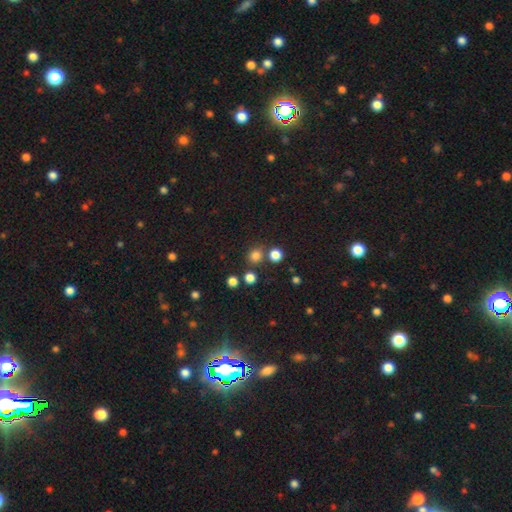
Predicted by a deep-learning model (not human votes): smooth_or_featured: smooth (p=0.78) [alt: star or artifact p=0.17]
how_rounded: round (p=0.86) [alt: in between p=0.13]
merging: none (p=0.75) [alt: merger p=0.14]